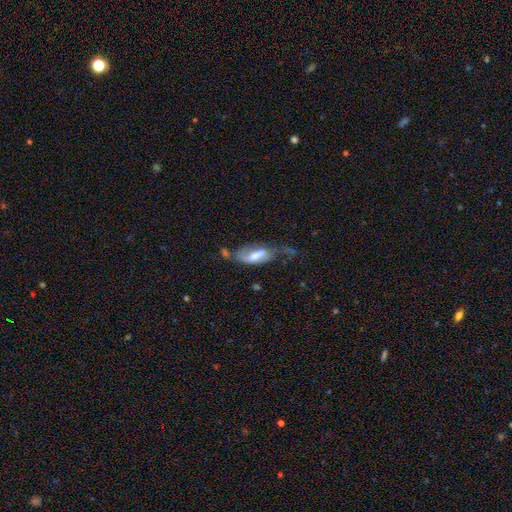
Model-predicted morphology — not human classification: A smooth galaxy with no disk features (48%).

Vote fractions:
- Smooth or featured? smooth: 48% / featured or disk: 45% / star or artifact: 7%
- Merging? major disturbance: 33% / none: 28% / minor disturbance: 27% / merger: 12%